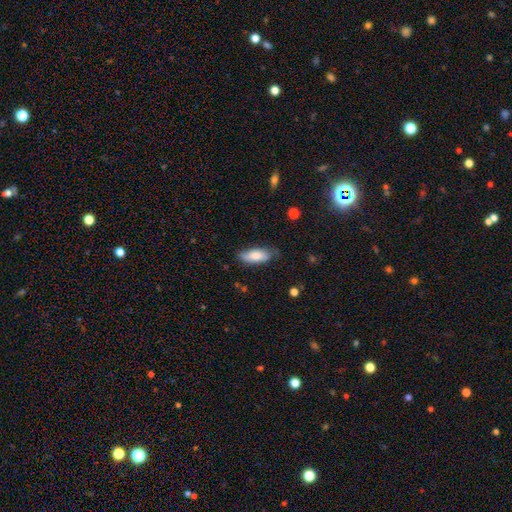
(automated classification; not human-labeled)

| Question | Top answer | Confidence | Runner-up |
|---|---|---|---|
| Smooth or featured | smooth | 75% | featured or disk (19%) |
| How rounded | in between | 77% | cigar-shaped (21%) |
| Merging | none | 69% | minor disturbance (25%) |